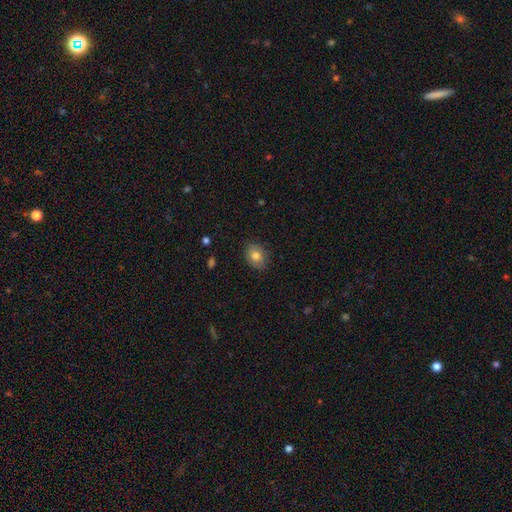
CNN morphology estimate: type=smooth (79%); roundness=in between (65%); merging=none (82%).